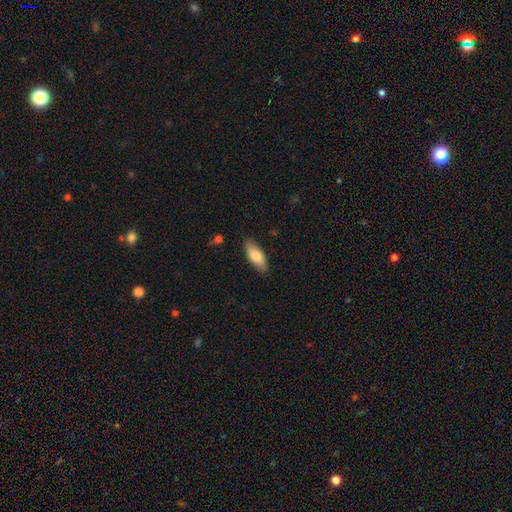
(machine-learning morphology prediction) Smooth or featured? smooth (80%)
How rounded? in between (79%)
Merging? none (86%)